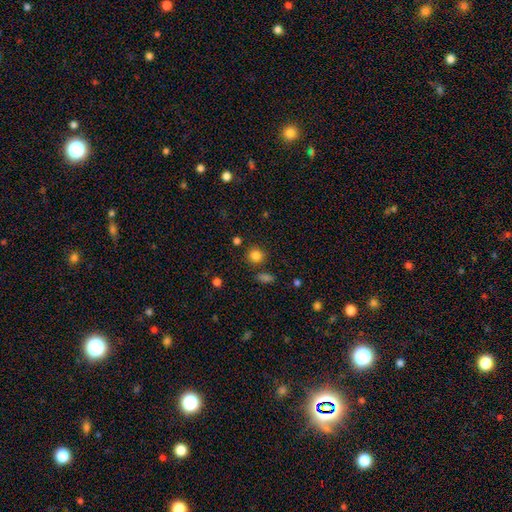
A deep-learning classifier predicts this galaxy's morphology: smooth-or-featured: smooth: 84% | star or artifact: 12% | featured or disk: 5%
  how-rounded: round: 89% | in between: 10% | cigar-shaped: 1%
  merging: none: 84% | minor disturbance: 8% | merger: 5% | major disturbance: 3%